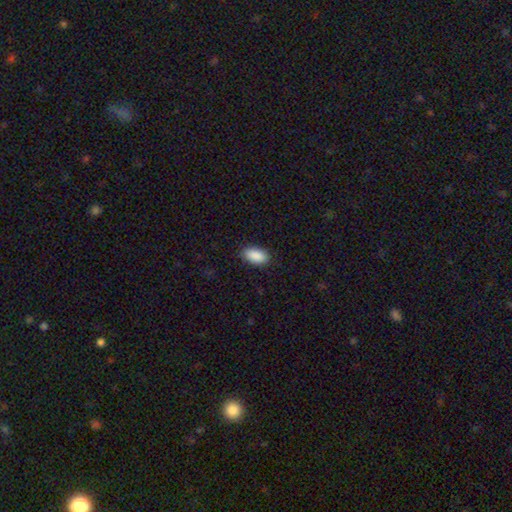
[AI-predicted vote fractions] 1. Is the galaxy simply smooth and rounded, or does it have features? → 90% smooth, 7% star or artifact, 3% featured or disk.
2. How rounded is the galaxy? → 94% in between, 3% round, 3% cigar-shaped.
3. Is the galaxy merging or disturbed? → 87% none, 10% minor disturbance, 2% major disturbance, 1% merger.